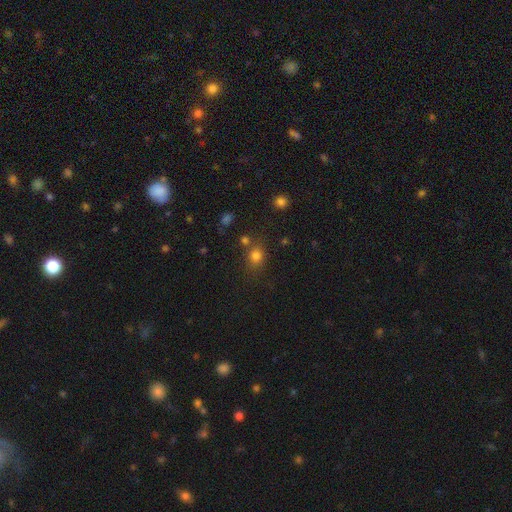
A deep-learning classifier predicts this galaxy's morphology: smooth 78%, star or artifact 16%, featured or disk 7%. Down the decision tree: how rounded — round (72%); merging — none (68%).